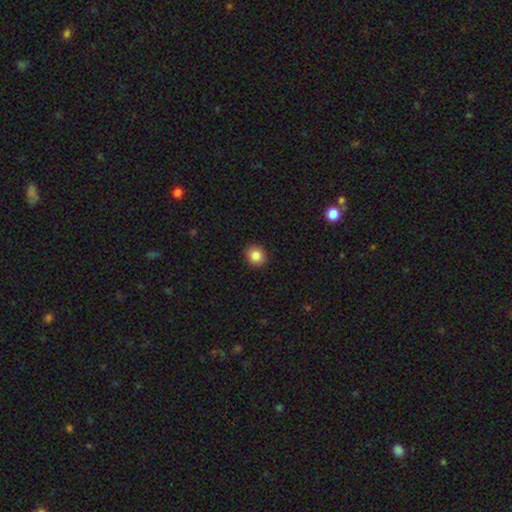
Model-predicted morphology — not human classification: smooth-or-featured: smooth: 85% | star or artifact: 10% | featured or disk: 5%
  how-rounded: round: 80% | in between: 19% | cigar-shaped: 1%
  merging: none: 91% | minor disturbance: 6% | major disturbance: 2% | merger: 1%